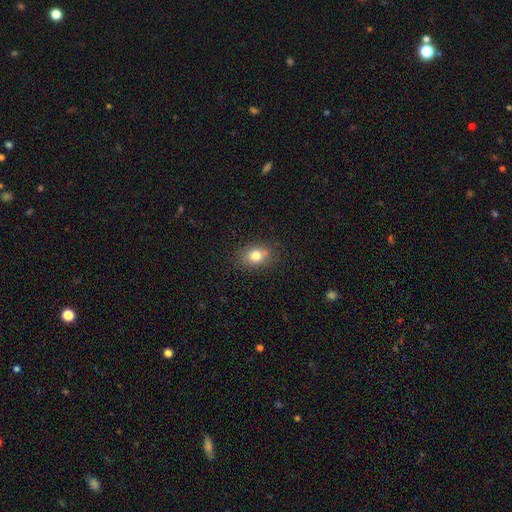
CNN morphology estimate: smooth 78%, star or artifact 12%, featured or disk 10%. Down the decision tree: how rounded — in between (54%); merging — none (76%).